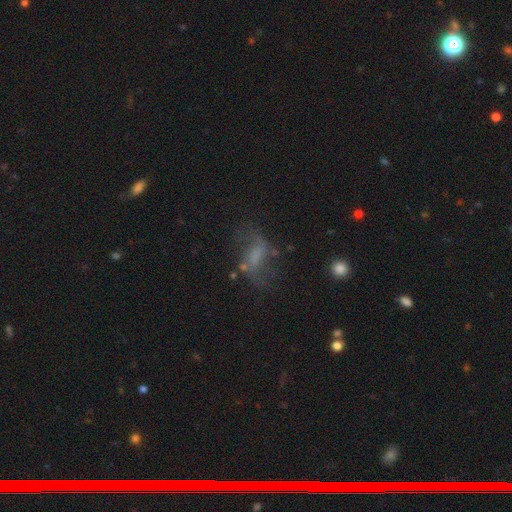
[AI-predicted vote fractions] Smooth or featured?
  - featured or disk: 50% *
  - smooth: 34%
  - star or artifact: 16%
Merging?
  - none: 46% *
  - major disturbance: 29%
  - minor disturbance: 21%
  - merger: 5%